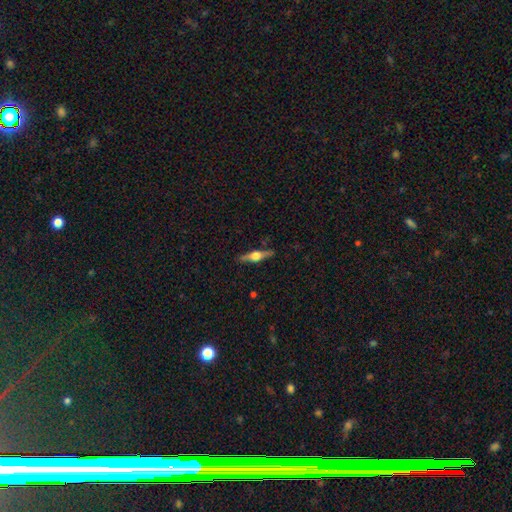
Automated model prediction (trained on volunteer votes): This appears to be a featured or disk galaxy (71%) viewed edge-on (97%) with a rounded central bulge (93%). Merging: none (88%).